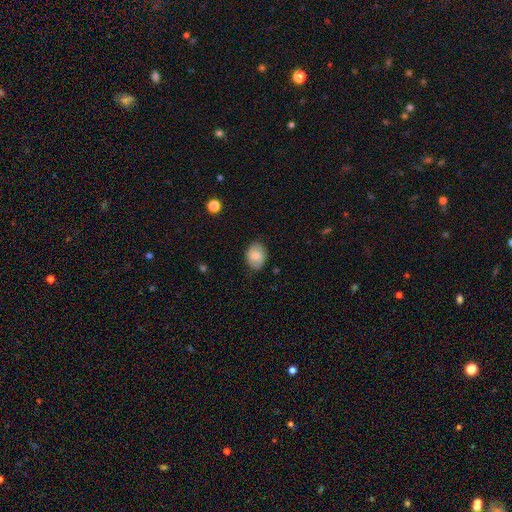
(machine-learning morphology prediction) Smooth or featured? smooth (74%)
How rounded? in between (62%)
Merging? none (80%)